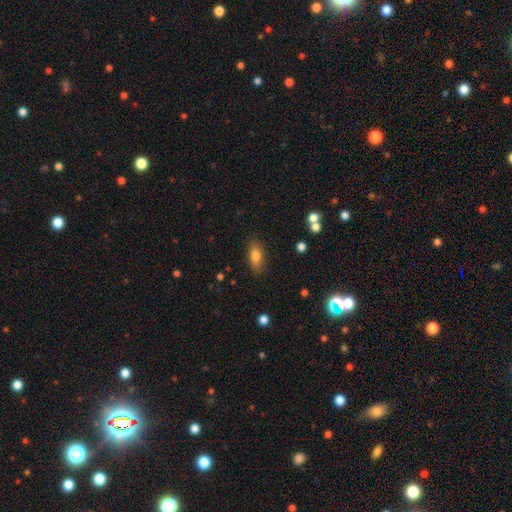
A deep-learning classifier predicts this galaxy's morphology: smooth_or_featured: smooth (p=0.78) [alt: featured or disk p=0.14]
how_rounded: in between (p=0.80) [alt: cigar-shaped p=0.15]
merging: none (p=0.84) [alt: minor disturbance p=0.12]